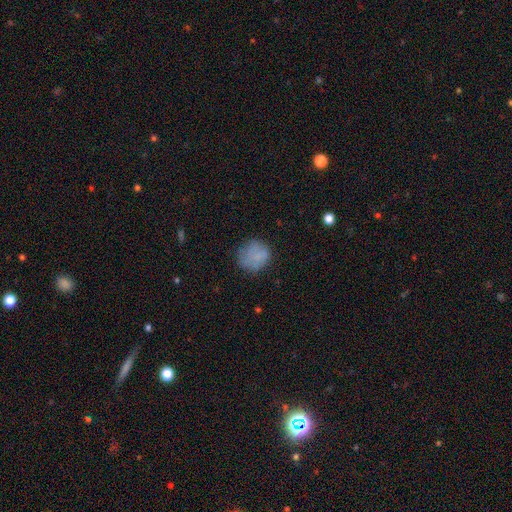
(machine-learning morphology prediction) Q: Smooth or featured?
A: smooth (78%); runner-up: featured or disk (12%)
Q: How rounded?
A: round (85%); runner-up: in between (14%)
Q: Merging?
A: none (70%); runner-up: minor disturbance (20%)